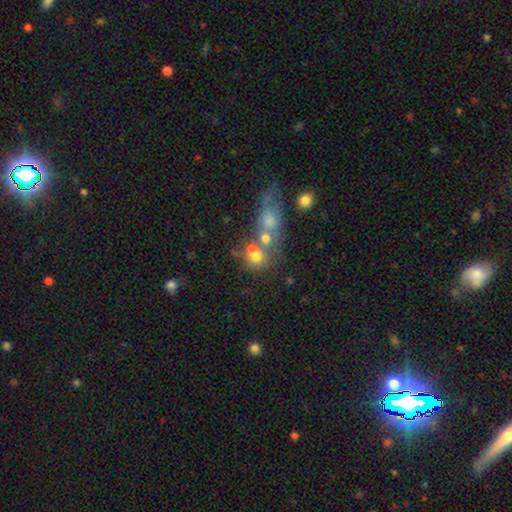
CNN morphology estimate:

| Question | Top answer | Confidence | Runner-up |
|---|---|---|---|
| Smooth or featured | smooth | 59% | featured or disk (24%) |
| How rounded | round | 70% | in between (27%) |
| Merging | merger | 47% | none (35%) |